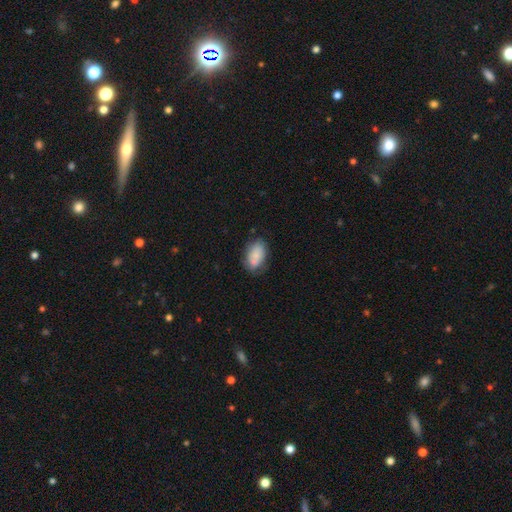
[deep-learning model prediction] Overall: smooth (78%). How rounded: in between (91%). Merging: none (61%; minor disturbance 24%).